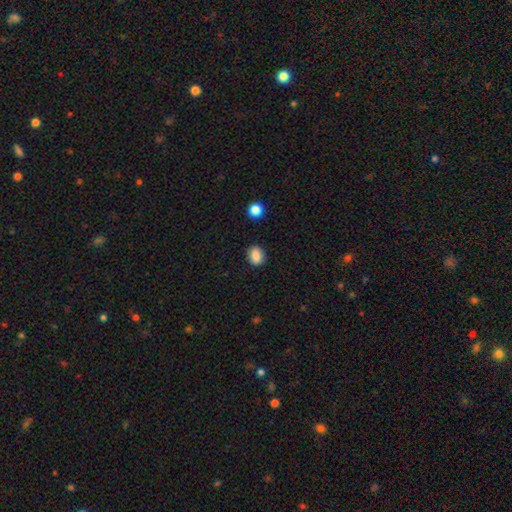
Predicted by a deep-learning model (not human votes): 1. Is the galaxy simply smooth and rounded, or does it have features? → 84% smooth, 9% star or artifact, 7% featured or disk.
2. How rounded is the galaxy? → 53% in between, 46% round, 1% cigar-shaped.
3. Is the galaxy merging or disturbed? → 87% none, 9% minor disturbance, 2% major disturbance, 1% merger.